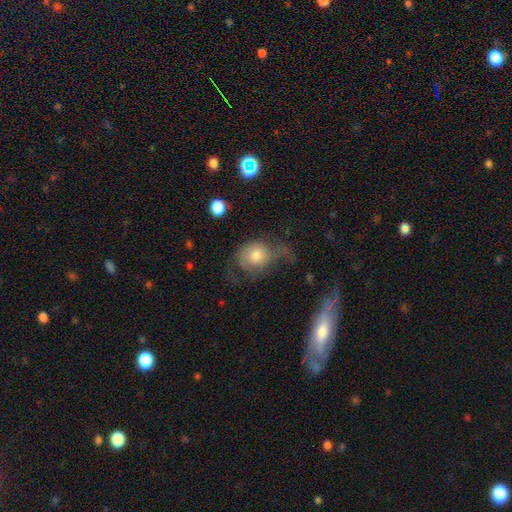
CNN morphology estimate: A smooth galaxy with no disk features (54%) that is round (60%). Merging: major disturbance (40%).